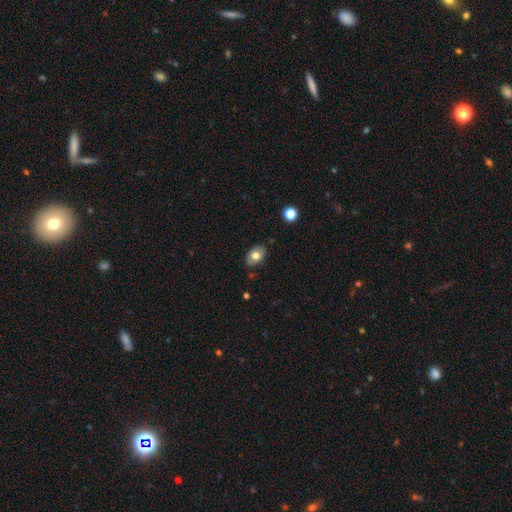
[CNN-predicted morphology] Smooth or featured? smooth (70%)
How rounded? in between (80%)
Merging? none (82%)